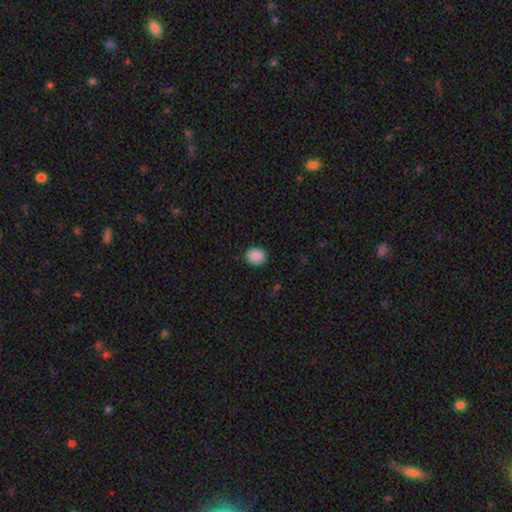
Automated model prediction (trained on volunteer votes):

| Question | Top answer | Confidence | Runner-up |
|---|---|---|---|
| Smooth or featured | smooth | 89% | star or artifact (8%) |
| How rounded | round | 61% | in between (38%) |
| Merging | none | 86% | minor disturbance (10%) |